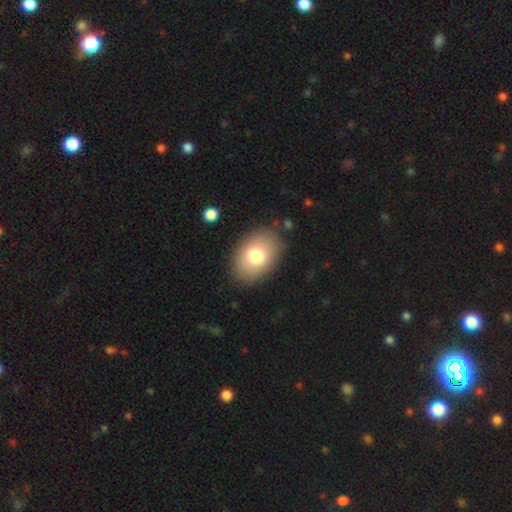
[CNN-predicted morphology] smooth 78%, featured or disk 14%, star or artifact 8%. Down the decision tree: how rounded — in between (81%); merging — none (86%).